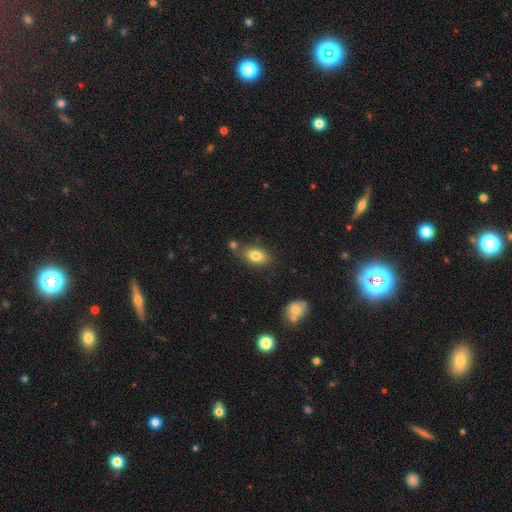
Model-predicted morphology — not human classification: Overall: smooth (82%). How rounded: in between (87%). Merging: none (69%).